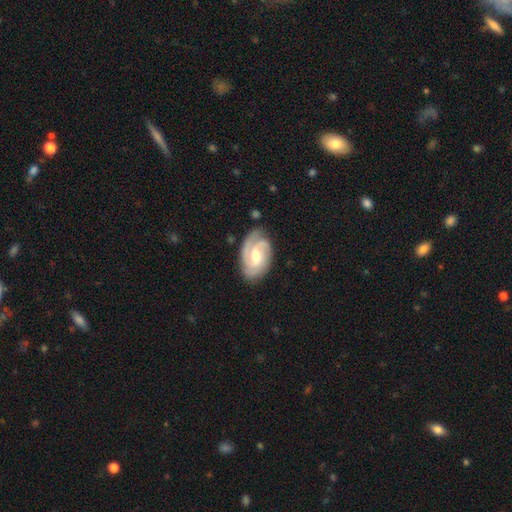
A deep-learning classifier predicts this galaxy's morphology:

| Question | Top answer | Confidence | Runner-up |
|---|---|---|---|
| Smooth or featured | featured or disk | 82% | smooth (13%) |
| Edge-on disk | no | 97% | yes (3%) |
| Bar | weak | 55% | no (29%) |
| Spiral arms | yes | 95% | no (5%) |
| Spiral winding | tight | 54% | medium (37%) |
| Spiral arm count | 2 | 55% | 3 (17%) |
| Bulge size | moderate | 60% | small (23%) |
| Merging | none | 73% | minor disturbance (19%) |